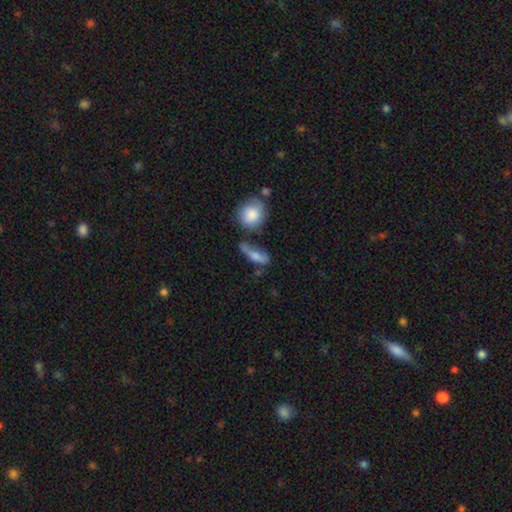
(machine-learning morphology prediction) Overall: smooth (66%). How rounded: in between (52%; cigar-shaped 39%). Merging: none (42%; minor disturbance 24%).